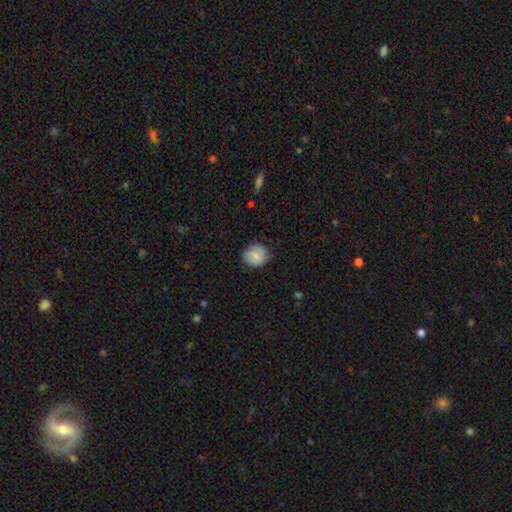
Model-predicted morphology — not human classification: Smooth or featured? smooth (79%)
How rounded? round (81%)
Merging? none (75%)